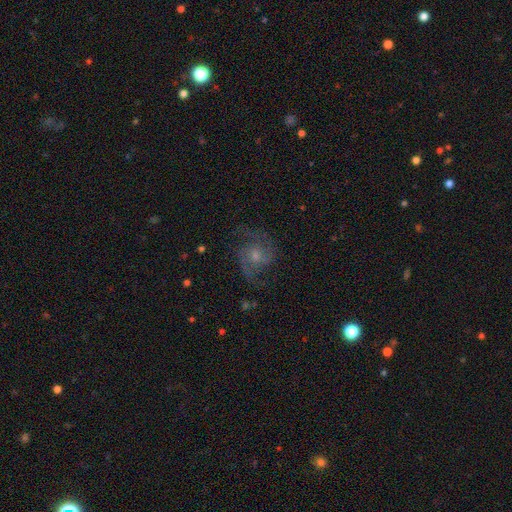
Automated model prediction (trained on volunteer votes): Smooth or featured?
  - featured or disk: 81% *
  - smooth: 11%
  - star or artifact: 8%
Edge-on disk?
  - no: 98% *
  - yes: 2%
Bar?
  - no: 65% *
  - weak: 31%
  - strong: 5%
Spiral arms?
  - yes: 95% *
  - no: 5%
Spiral winding?
  - medium: 54% *
  - loose: 29%
  - tight: 17%
Spiral arm count?
  - 2: 80% *
  - 3: 7%
  - can't tell: 6%
  - 1: 3%
  - 4: 2%
  - more than 4: 2%
Bulge size?
  - small: 49% *
  - moderate: 41%
  - none: 5%
  - large: 4%
  - dominant: 1%
Merging?
  - none: 69% *
  - minor disturbance: 17%
  - major disturbance: 12%
  - merger: 1%